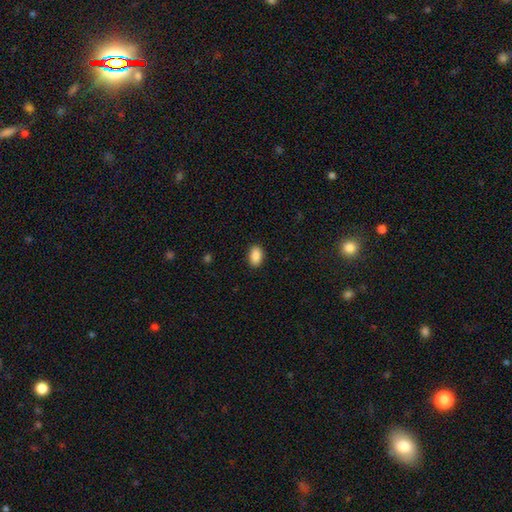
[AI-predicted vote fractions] Morphology: type=smooth (89%); roundness=in between (90%); merging=none (90%).